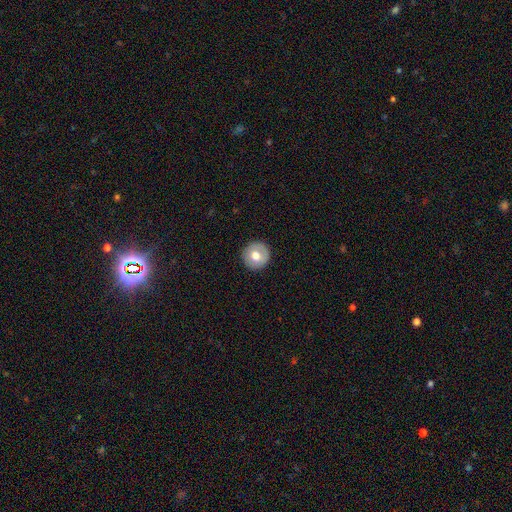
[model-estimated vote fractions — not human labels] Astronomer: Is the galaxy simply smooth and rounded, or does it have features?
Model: smooth — 69%.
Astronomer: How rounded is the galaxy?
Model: round — 95%.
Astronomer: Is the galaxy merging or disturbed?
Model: none — 91%.